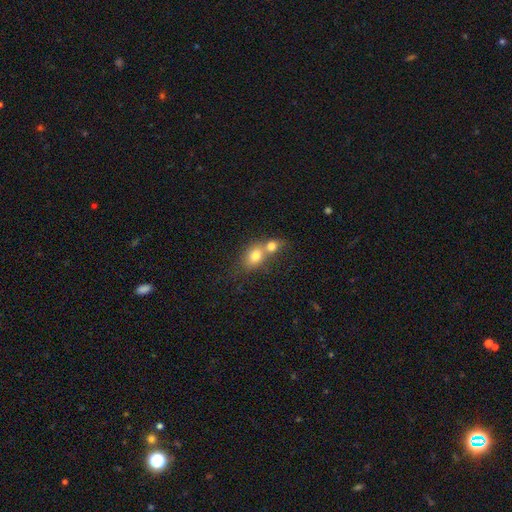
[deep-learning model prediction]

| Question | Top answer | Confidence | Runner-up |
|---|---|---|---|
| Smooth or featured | smooth | 75% | featured or disk (15%) |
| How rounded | round | 49% | tied: in between (49%) |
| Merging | merger | 65% | none (26%) |